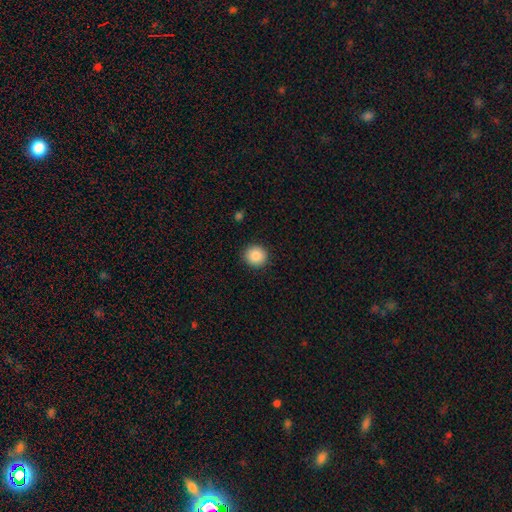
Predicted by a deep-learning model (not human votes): Q: Smooth or featured?
A: smooth (87%); runner-up: star or artifact (9%)
Q: How rounded?
A: round (92%); runner-up: in between (7%)
Q: Merging?
A: none (92%); runner-up: minor disturbance (5%)